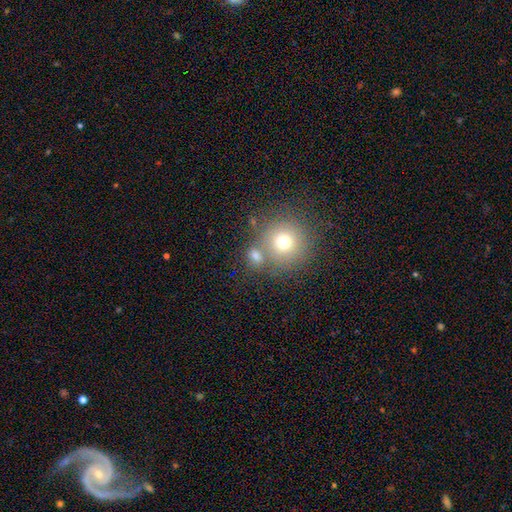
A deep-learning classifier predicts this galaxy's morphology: Smooth or featured: smooth — 72% (star or artifact — 15%)
How rounded: round — 75% (in between — 23%)
Merging: none — 55% (merger — 30%)